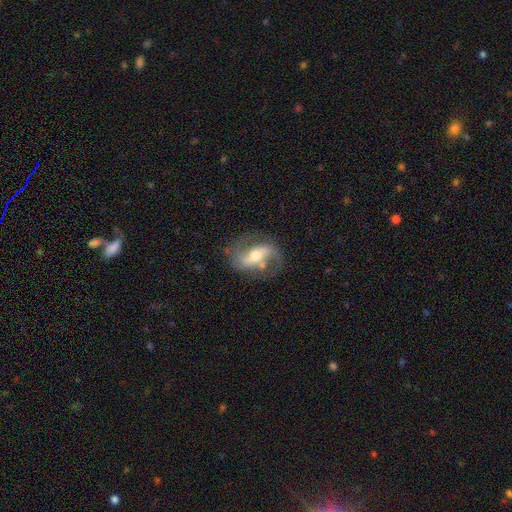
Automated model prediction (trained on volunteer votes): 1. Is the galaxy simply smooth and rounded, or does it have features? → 82% featured or disk, 11% smooth, 6% star or artifact.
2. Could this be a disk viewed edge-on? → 94% no, 6% yes.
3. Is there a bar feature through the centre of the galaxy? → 44% strong, 34% weak, 22% no.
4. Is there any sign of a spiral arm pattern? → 91% yes, 9% no.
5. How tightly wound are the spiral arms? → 47% loose, 40% medium, 13% tight.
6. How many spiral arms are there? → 90% 2, 4% can't tell, 3% 1, 1% 3, 1% 4, 1% more than 4.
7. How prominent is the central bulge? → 65% moderate, 25% small, 7% large, 1% none, 1% dominant.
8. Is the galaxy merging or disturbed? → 70% none, 16% minor disturbance, 10% major disturbance, 4% merger.